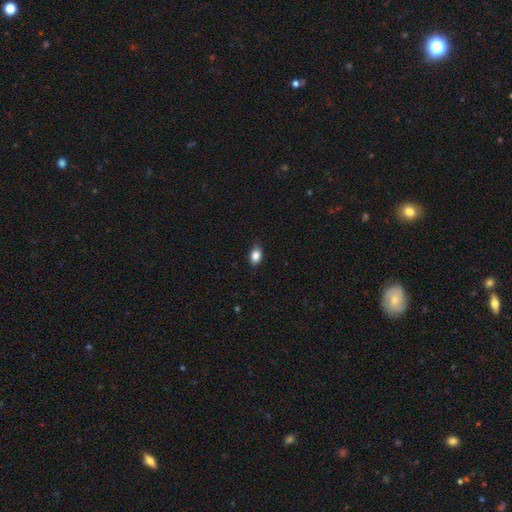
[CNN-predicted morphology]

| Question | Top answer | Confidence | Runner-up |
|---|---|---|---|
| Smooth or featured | smooth | 86% | star or artifact (8%) |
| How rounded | in between | 80% | round (18%) |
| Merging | none | 81% | minor disturbance (16%) |